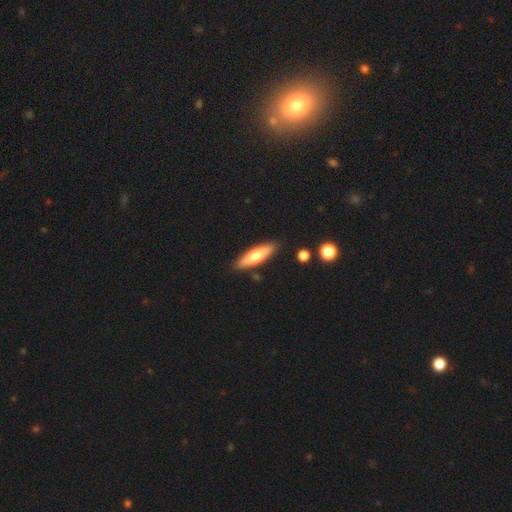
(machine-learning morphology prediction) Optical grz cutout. It shows a smooth galaxy with no disk features (59%) that is cigar-shaped (72%). Merging: none (87%).